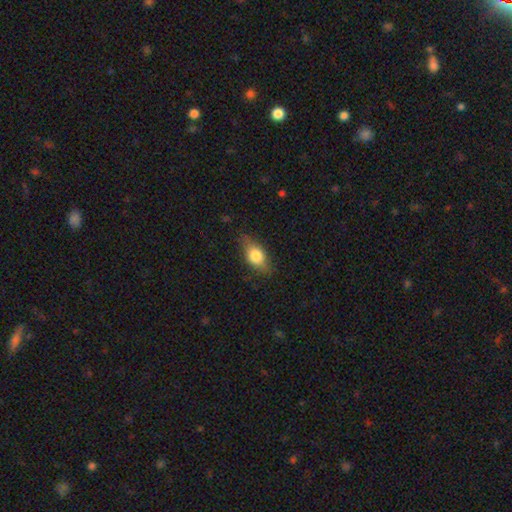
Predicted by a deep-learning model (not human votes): This is likely a smooth galaxy (76%). How rounded: clearly in between (81%). Merging: likely none (72%).